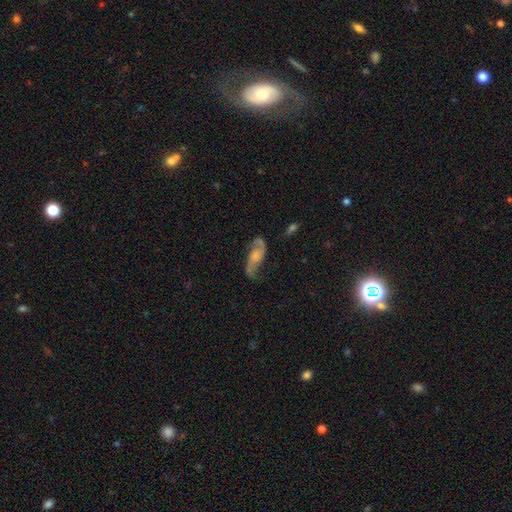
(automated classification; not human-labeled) Smooth or featured: featured or disk — 73% (smooth — 20%)
Edge-on disk: no — 91% (yes — 9%)
Bar: no — 61% (weak — 31%)
Spiral arms: yes — 92% (no — 8%)
Spiral winding: loose — 58% (medium — 32%)
Spiral arm count: 2 — 89% (can't tell — 5%)
Bulge size: moderate — 30% (small — 29%)
Merging: none — 60% (minor disturbance — 22%)